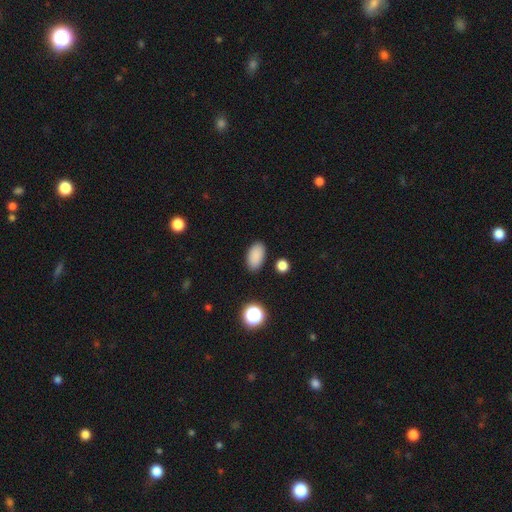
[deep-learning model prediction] A smooth galaxy with no disk features (87%) that is in between round and cigar-shaped (93%).

Vote fractions:
- Smooth or featured? smooth: 87% / star or artifact: 9% / featured or disk: 4%
- How rounded? in between: 93% / round: 5% / cigar-shaped: 2%
- Merging? none: 87% / minor disturbance: 9% / major disturbance: 2% / merger: 2%